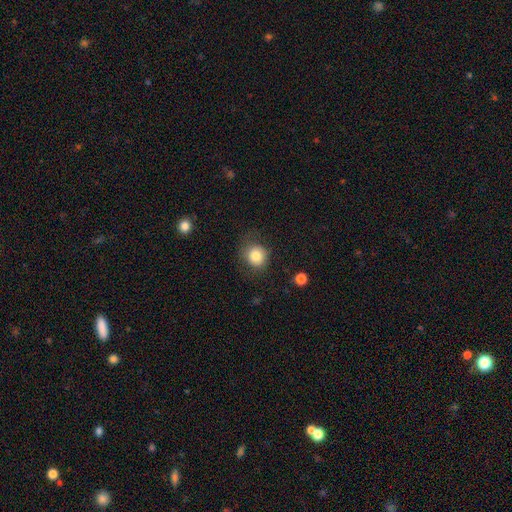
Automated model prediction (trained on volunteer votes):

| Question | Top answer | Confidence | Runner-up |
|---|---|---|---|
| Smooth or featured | smooth | 82% | star or artifact (10%) |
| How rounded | round | 83% | in between (16%) |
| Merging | none | 73% | minor disturbance (18%) |